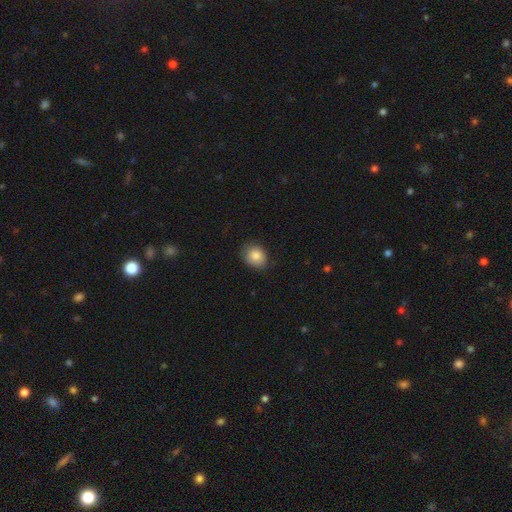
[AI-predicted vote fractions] A smooth galaxy with no disk features (85%) that is round (51%).

Vote fractions:
- Smooth or featured? smooth: 85% / star or artifact: 8% / featured or disk: 7%
- How rounded? round: 51% / in between: 48% / cigar-shaped: 1%
- Merging? none: 77% / minor disturbance: 19% / major disturbance: 3% / merger: 1%